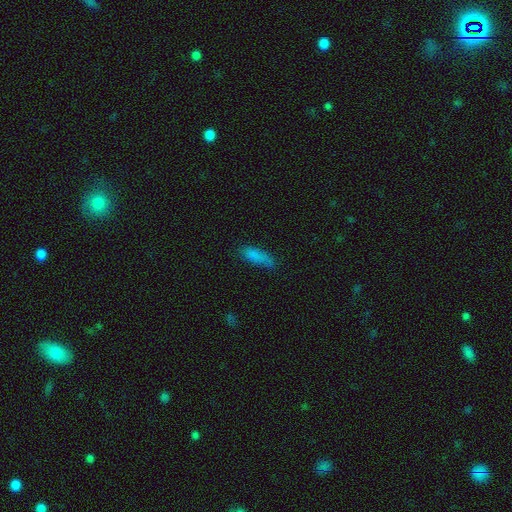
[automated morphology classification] The model was most divided on "how rounded": cigar-shaped: 51%, in between: 47%, round: 2%. More confident: smooth or featured — smooth (81%); merging — none (65%).